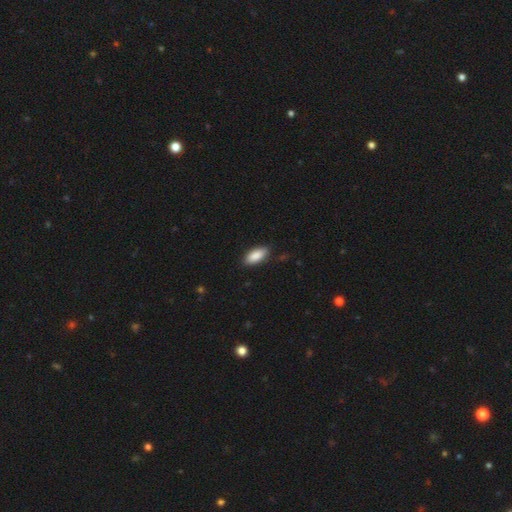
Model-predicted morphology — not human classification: Smooth or featured: smooth — 88% (star or artifact — 6%)
How rounded: in between — 87% (cigar-shaped — 11%)
Merging: none — 85% (minor disturbance — 12%)